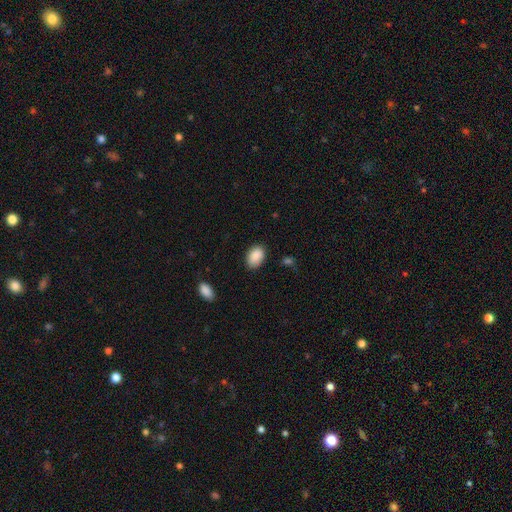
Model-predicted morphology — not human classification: type=smooth (89%); roundness=in between (87%); merging=none (82%).